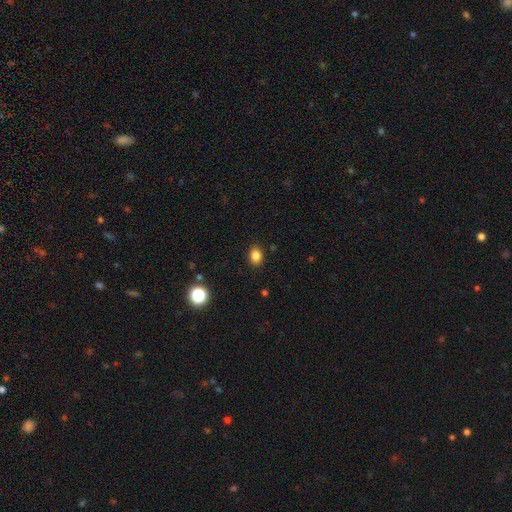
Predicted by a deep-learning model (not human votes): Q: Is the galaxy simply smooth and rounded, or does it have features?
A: smooth — 84%.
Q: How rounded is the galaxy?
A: in between — 54%.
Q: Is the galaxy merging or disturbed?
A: none — 89%.